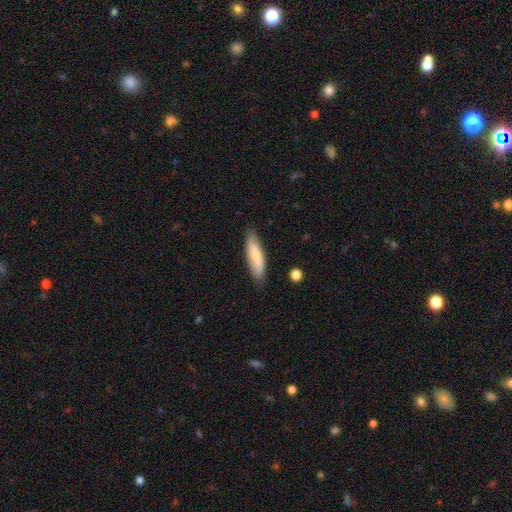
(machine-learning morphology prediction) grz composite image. It shows a smooth galaxy with no disk features (71%) that is cigar-shaped (60%). Merging: none (79%).